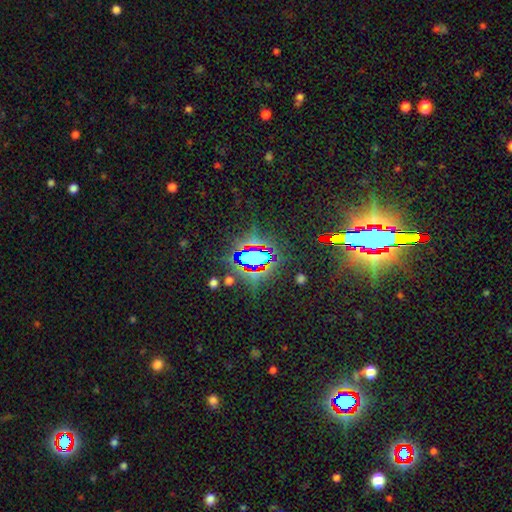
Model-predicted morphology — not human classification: Smooth or featured? star or artifact (71%)